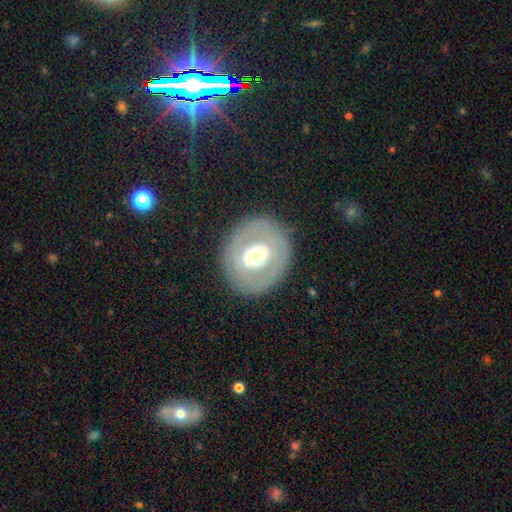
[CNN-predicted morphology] Q: Smooth or featured?
A: featured or disk (56%); runner-up: smooth (37%)
Q: Edge-on disk?
A: no (95%); runner-up: yes (5%)
Q: Bar?
A: no (63%); runner-up: weak (25%)
Q: Spiral arms?
A: no (81%); runner-up: yes (19%)
Q: Bulge size?
A: moderate (64%); runner-up: large (21%)
Q: Merging?
A: none (82%); runner-up: minor disturbance (11%)